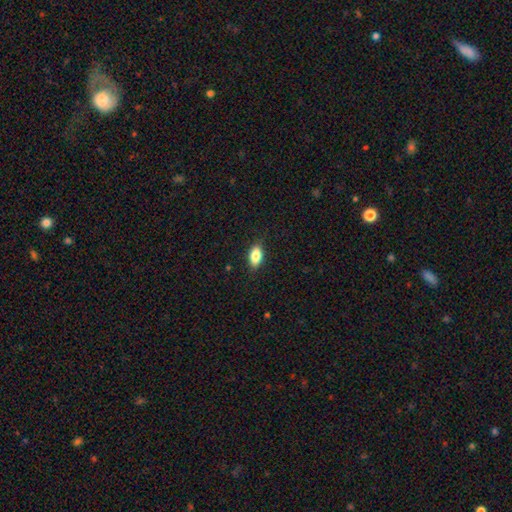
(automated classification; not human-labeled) Morphology: type=smooth (83%); roundness=in between (89%); merging=none (85%).